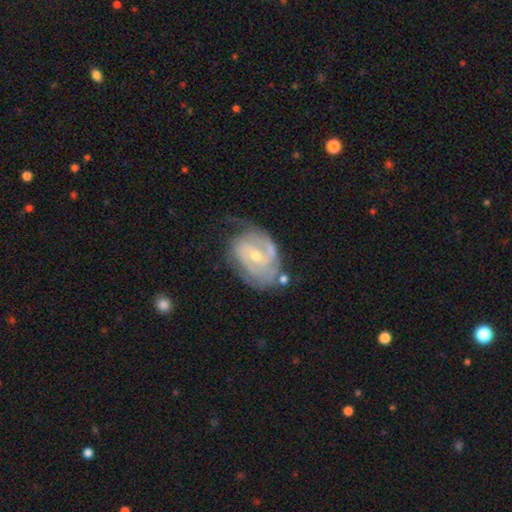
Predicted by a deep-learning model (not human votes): A featured or disk galaxy (85%) with no bar (49%), 2 (45%) tight (61%) spiral arms (93%) and a small central bulge (49%). Merging: none (54%).